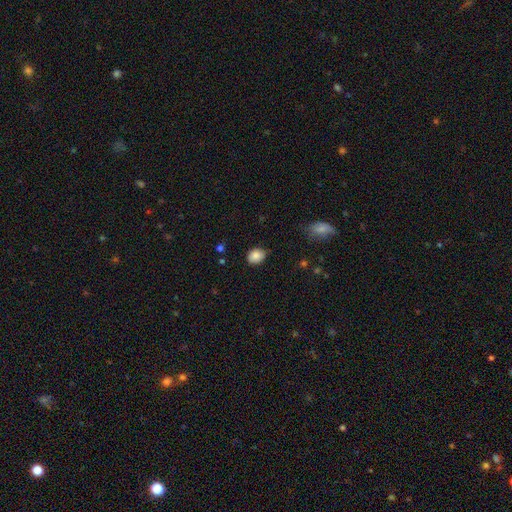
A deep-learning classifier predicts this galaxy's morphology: This is clearly a smooth galaxy (86%). How rounded: possibly in between (57%). Merging: likely none (77%).